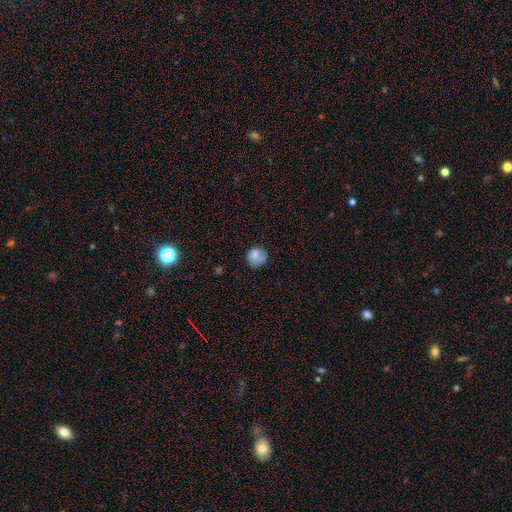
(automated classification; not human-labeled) Smooth or featured: smooth — 78% (featured or disk — 12%)
How rounded: round — 86% (in between — 13%)
Merging: none — 69% (minor disturbance — 22%)